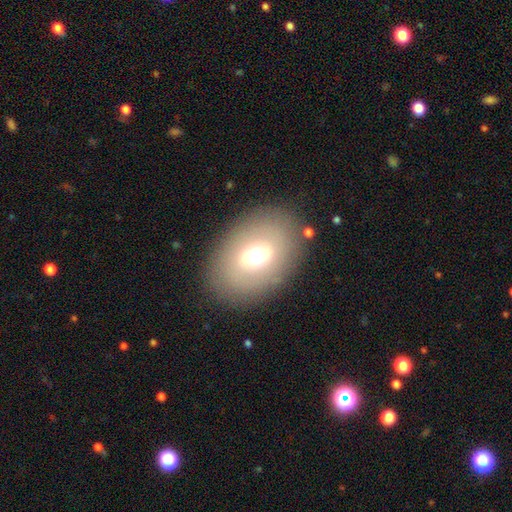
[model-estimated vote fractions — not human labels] Smooth or featured?
  - smooth: 60% *
  - featured or disk: 29%
  - star or artifact: 11%
How rounded?
  - in between: 78% *
  - round: 21%
  - cigar-shaped: 1%
Merging?
  - none: 83% *
  - minor disturbance: 10%
  - major disturbance: 5%
  - merger: 2%